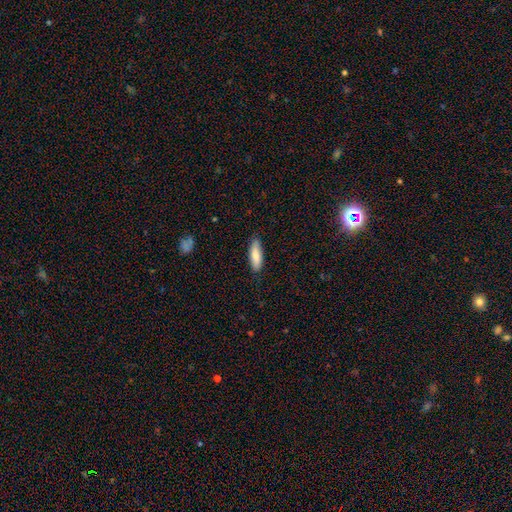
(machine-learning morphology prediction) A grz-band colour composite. It shows a smooth galaxy with no disk features (83%) that is in between round and cigar-shaped (55%). Merging: none (84%).